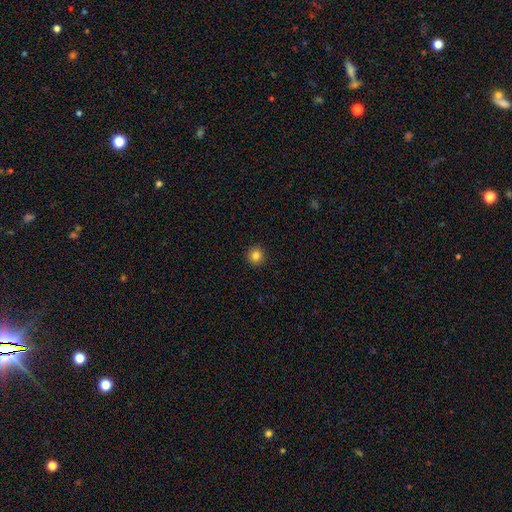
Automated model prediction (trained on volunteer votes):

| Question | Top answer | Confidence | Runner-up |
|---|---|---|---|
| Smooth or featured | smooth | 84% | star or artifact (11%) |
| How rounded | round | 95% | in between (4%) |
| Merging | none | 92% | minor disturbance (5%) |